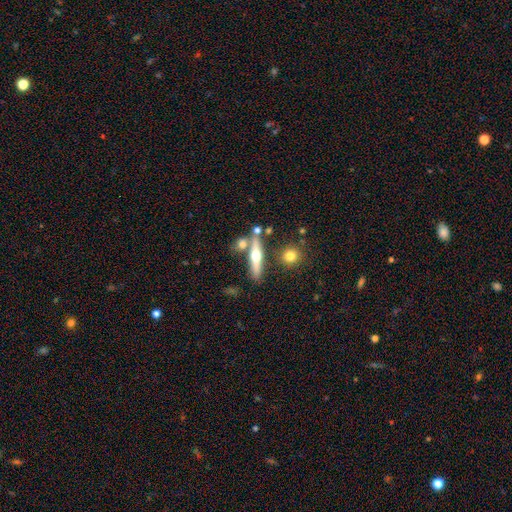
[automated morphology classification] Smooth or featured?
  - featured or disk: 59% *
  - smooth: 34%
  - star or artifact: 7%
Edge-on disk?
  - yes: 92% *
  - no: 8%
Edge-on bulge?
  - rounded: 94% *
  - none: 3%
  - boxy: 2%
Merging?
  - none: 70% *
  - merger: 16%
  - minor disturbance: 11%
  - major disturbance: 4%